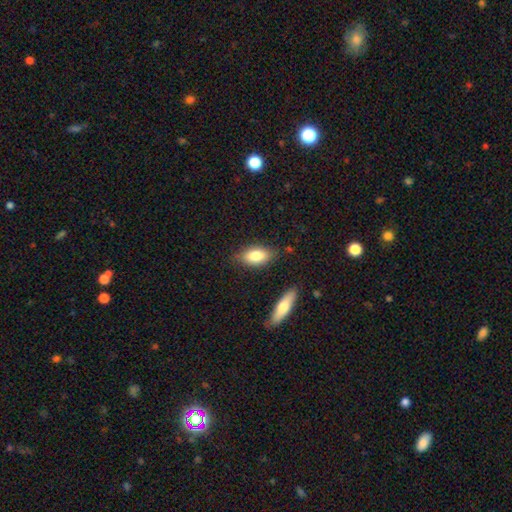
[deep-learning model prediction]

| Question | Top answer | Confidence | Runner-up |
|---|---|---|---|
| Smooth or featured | smooth | 81% | featured or disk (12%) |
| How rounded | in between | 88% | cigar-shaped (7%) |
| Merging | none | 79% | minor disturbance (14%) |